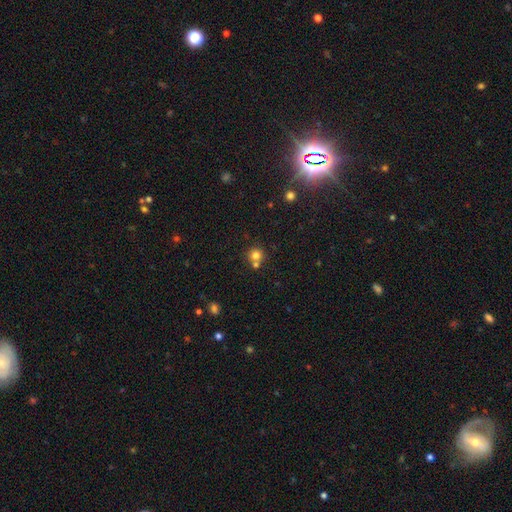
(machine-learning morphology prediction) Q: Smooth or featured?
A: smooth (77%); runner-up: star or artifact (14%)
Q: How rounded?
A: round (91%); runner-up: in between (8%)
Q: Merging?
A: none (60%); runner-up: merger (30%)